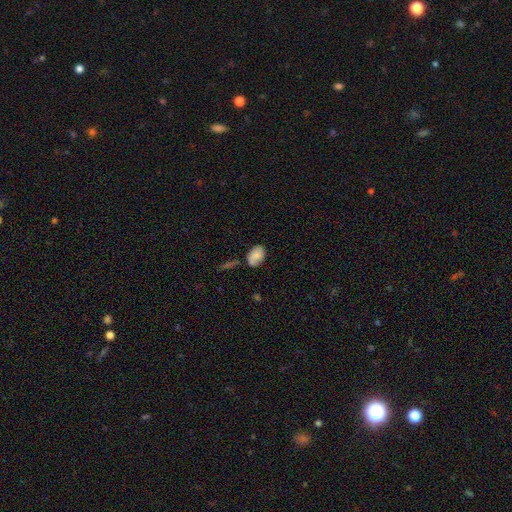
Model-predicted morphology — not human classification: Smooth or featured? Predicted: smooth (p=0.73). How rounded? Predicted: in between (p=0.84). Merging? Predicted: none (p=0.59).